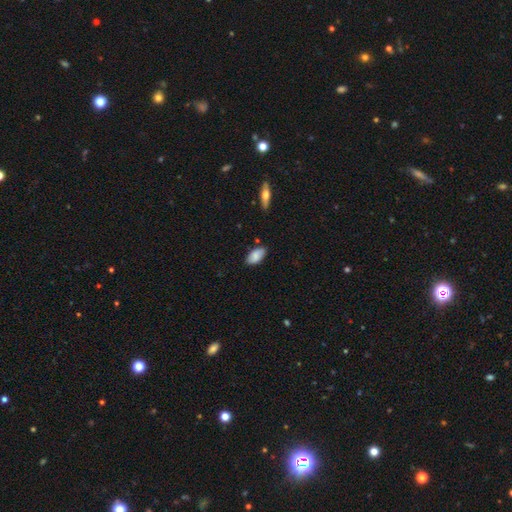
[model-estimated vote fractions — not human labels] This is clearly a smooth galaxy (83%). How rounded: clearly in between (94%). Merging: clearly none (82%).